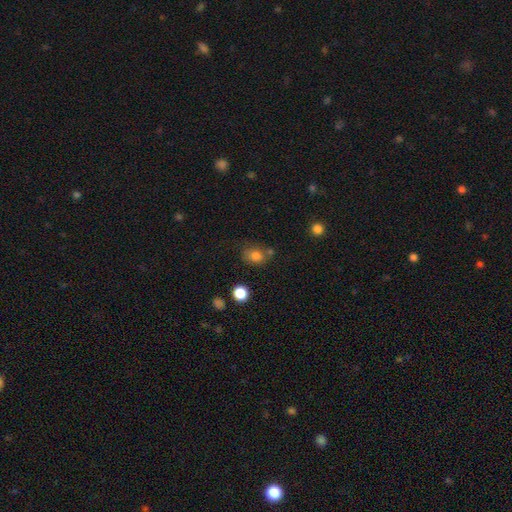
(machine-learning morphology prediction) Smooth or featured?
  - smooth: 80% *
  - star or artifact: 12%
  - featured or disk: 8%
How rounded?
  - in between: 51% *
  - round: 47%
  - cigar-shaped: 1%
Merging?
  - none: 60% *
  - minor disturbance: 18%
  - merger: 15%
  - major disturbance: 6%